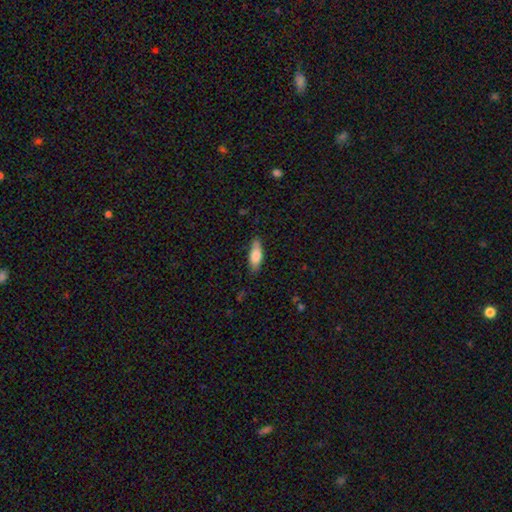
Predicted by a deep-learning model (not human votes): smooth 79%, featured or disk 15%, star or artifact 6%. Down the decision tree: how rounded — in between (66%); merging — none (79%).